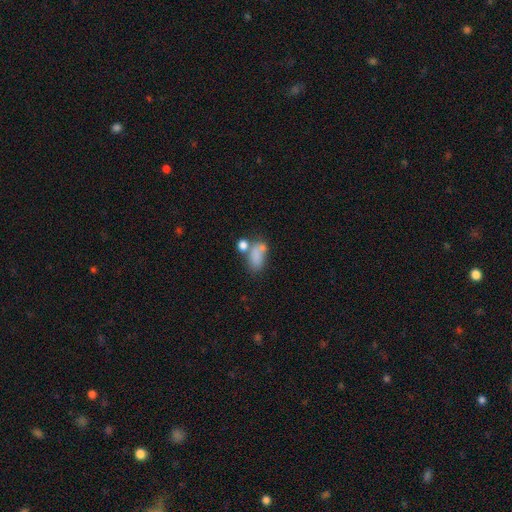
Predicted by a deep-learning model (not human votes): Smooth or featured: smooth — 71% (featured or disk — 16%)
How rounded: in between — 83% (round — 12%)
Merging: merger — 38% (none — 31%)